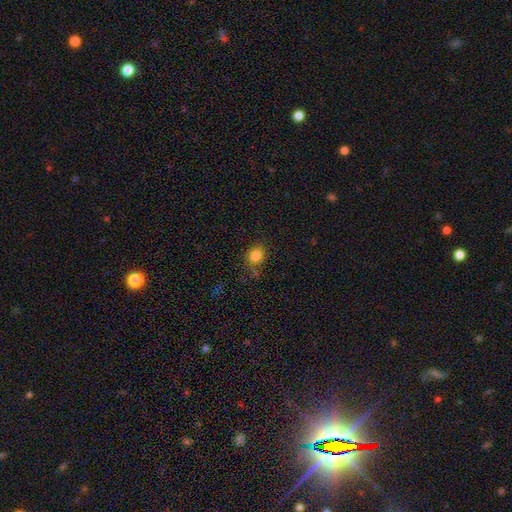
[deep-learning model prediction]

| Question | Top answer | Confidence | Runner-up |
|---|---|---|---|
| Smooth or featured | smooth | 83% | star or artifact (11%) |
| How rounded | round | 57% | in between (42%) |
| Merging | none | 72% | minor disturbance (17%) |